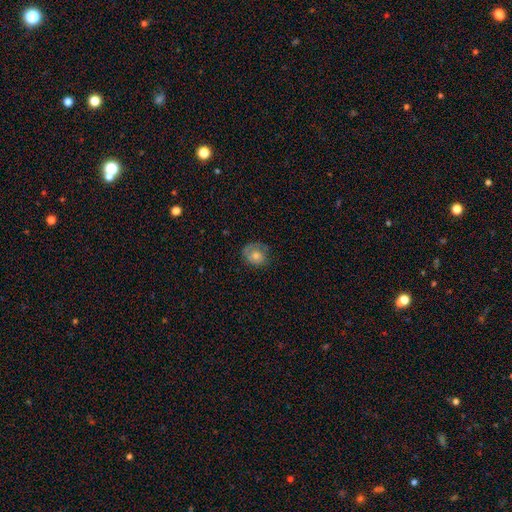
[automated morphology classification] Smooth or featured? Predicted: smooth (p=0.54). How rounded? Predicted: round (p=0.68). Merging? Predicted: none (p=0.66).